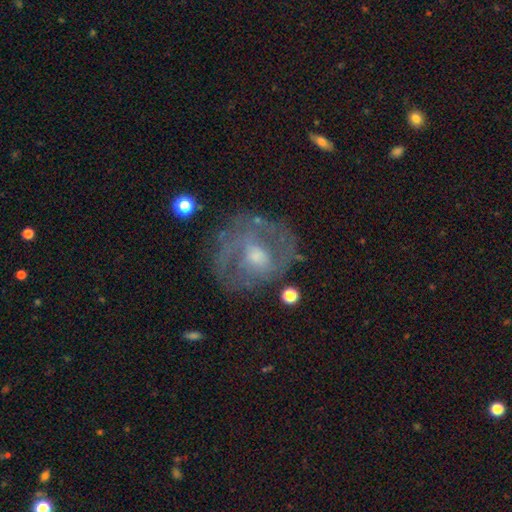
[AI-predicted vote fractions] Q: Smooth or featured?
A: featured or disk (67%); runner-up: smooth (23%)
Q: Edge-on disk?
A: no (96%); runner-up: yes (4%)
Q: Bar?
A: no (62%); runner-up: weak (31%)
Q: Spiral arms?
A: yes (55%); runner-up: no (45%)
Q: Bulge size?
A: moderate (47%); runner-up: small (39%)
Q: Merging?
A: none (67%); runner-up: minor disturbance (18%)